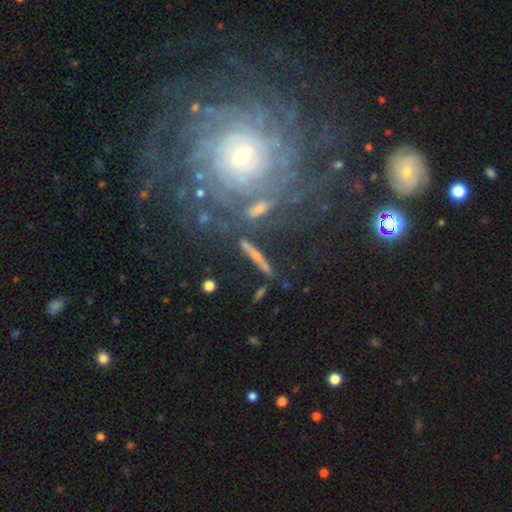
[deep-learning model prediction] Overall: featured or disk (50%; smooth 39%). Merging: none (77%).